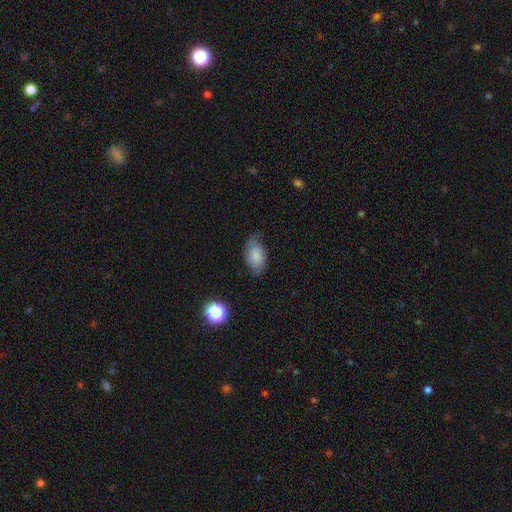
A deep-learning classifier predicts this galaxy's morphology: The model was most divided on "merging": none: 66%, minor disturbance: 26%, major disturbance: 7%, merger: 1%. More confident: how rounded — in between (90%); smooth or featured — smooth (75%).